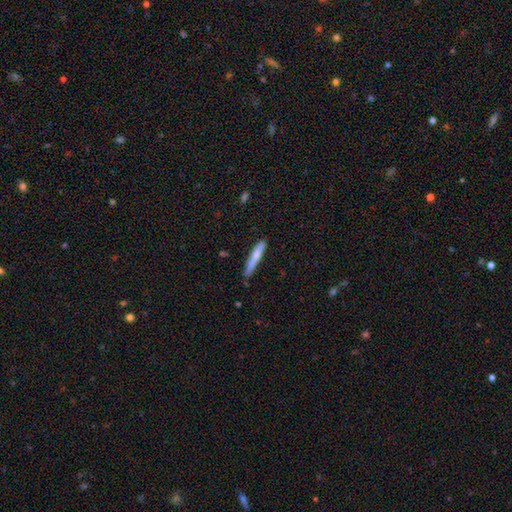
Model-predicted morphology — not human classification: Smooth or featured? smooth (70%)
How rounded? cigar-shaped (93%)
Merging? none (79%)